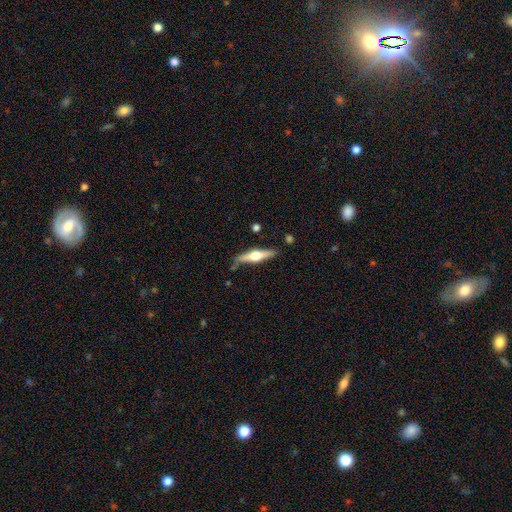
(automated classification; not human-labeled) A featured or disk galaxy (63%) viewed edge-on (96%) with a rounded central bulge (95%). Merging: none (81%).